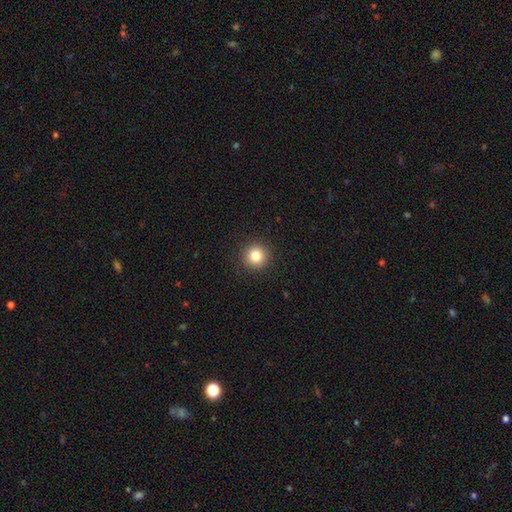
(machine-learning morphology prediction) Smooth or featured? Predicted: smooth (p=0.82). How rounded? Predicted: round (p=0.95). Merging? Predicted: none (p=0.92).